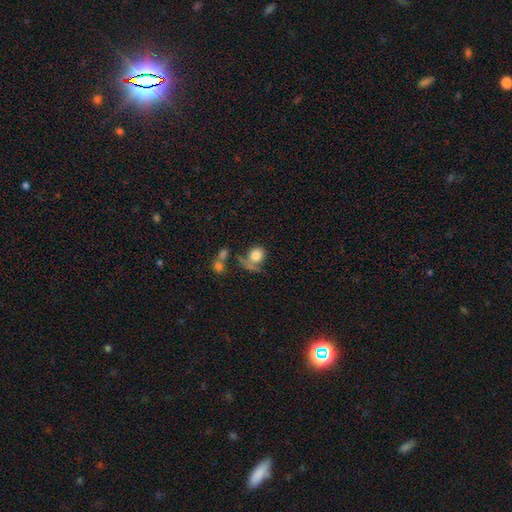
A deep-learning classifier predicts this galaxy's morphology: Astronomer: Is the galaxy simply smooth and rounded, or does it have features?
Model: smooth — 76%.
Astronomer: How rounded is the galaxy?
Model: round — 67%.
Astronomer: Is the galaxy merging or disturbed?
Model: none — 36% (runner-up: major disturbance, 24%).